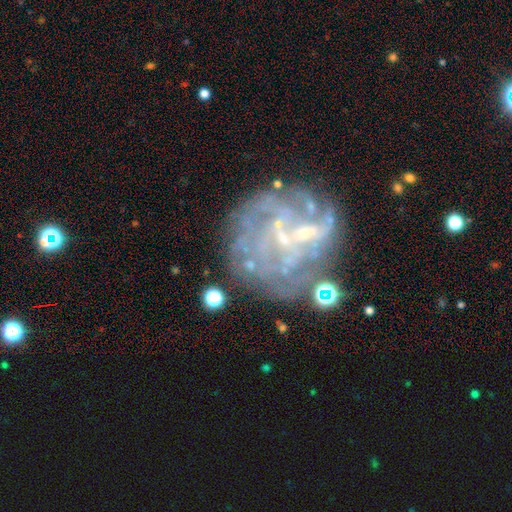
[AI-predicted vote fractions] Q: Smooth or featured?
A: featured or disk (68%); runner-up: star or artifact (19%)
Q: Edge-on disk?
A: no (97%); runner-up: yes (3%)
Q: Bar?
A: no (58%); runner-up: weak (30%)
Q: Spiral arms?
A: no (54%); runner-up: yes (46%)
Q: Bulge size?
A: small (51%); runner-up: none (36%)
Q: Merging?
A: none (51%); runner-up: major disturbance (23%)